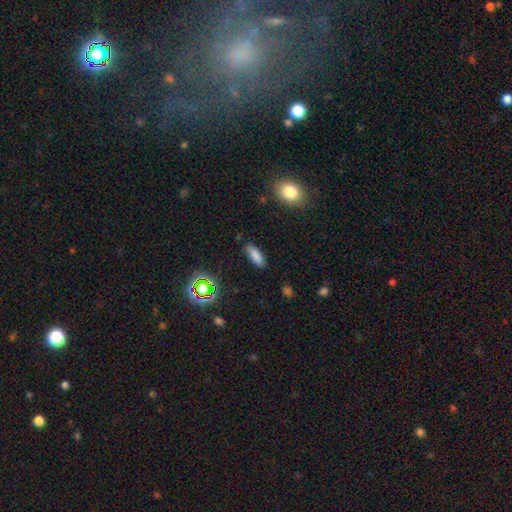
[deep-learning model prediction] smooth-or-featured: smooth: 80% | star or artifact: 13% | featured or disk: 7%
  how-rounded: in between: 69% | cigar-shaped: 28% | round: 2%
  merging: none: 84% | minor disturbance: 11% | major disturbance: 3% | merger: 2%